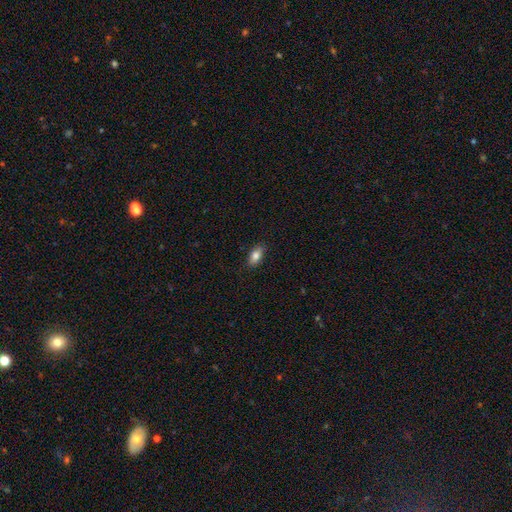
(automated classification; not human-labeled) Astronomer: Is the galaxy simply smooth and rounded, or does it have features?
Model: smooth — 82%.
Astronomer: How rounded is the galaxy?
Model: in between — 88%.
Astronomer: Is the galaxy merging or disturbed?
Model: none — 86%.